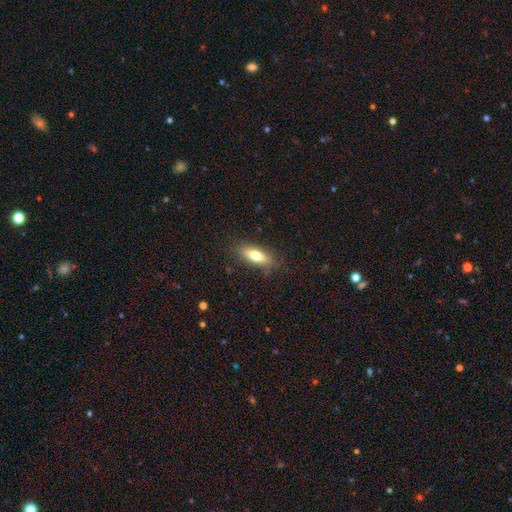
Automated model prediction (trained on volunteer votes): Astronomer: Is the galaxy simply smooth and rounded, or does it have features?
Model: smooth — 69%.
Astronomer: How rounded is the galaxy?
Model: in between — 57% (runner-up: cigar-shaped, 40%).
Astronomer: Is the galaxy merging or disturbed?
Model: none — 83%.